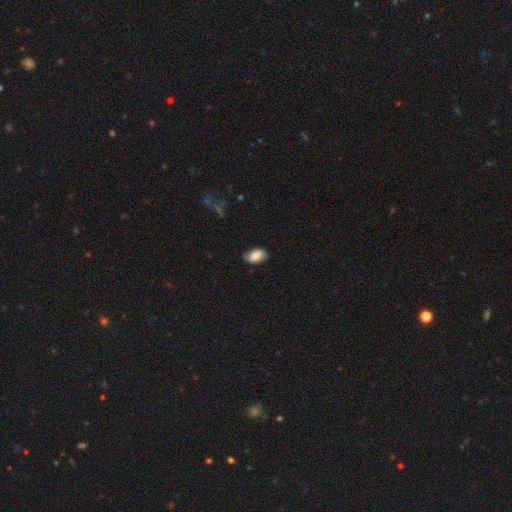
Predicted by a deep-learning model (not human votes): smooth 84%, featured or disk 9%, star or artifact 7%. Down the decision tree: how rounded — in between (93%); merging — none (78%).